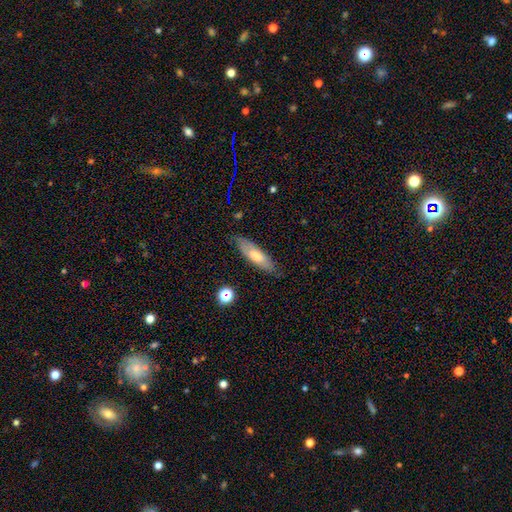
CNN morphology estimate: This appears to be a smooth galaxy with no disk features (59%) that is cigar-shaped (52%). Merging: none (80%).